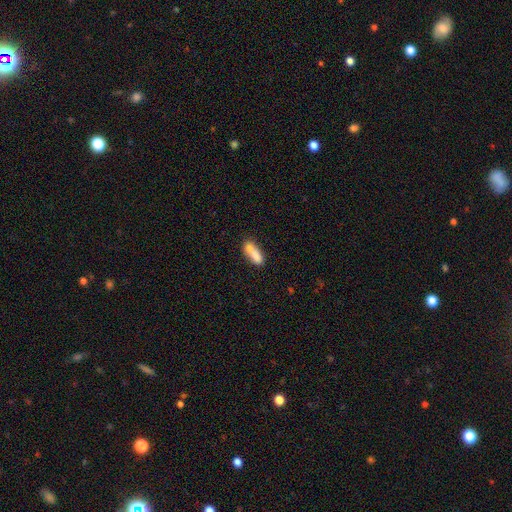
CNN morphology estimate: type=smooth (74%); roundness=in between (69%); merging=merger (48%).